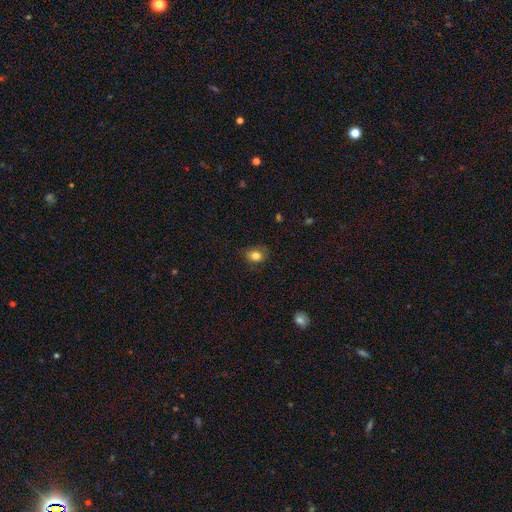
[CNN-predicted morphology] This appears to be a smooth galaxy with no disk features (82%) that is in between round and cigar-shaped (55%). Merging: none (75%).